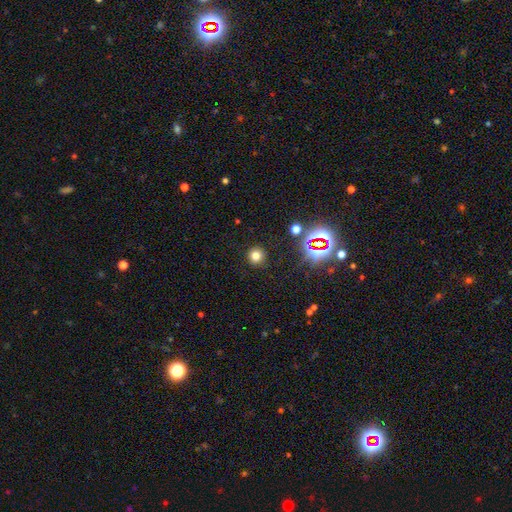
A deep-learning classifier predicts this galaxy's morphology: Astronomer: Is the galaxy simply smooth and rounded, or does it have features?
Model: smooth — 73%.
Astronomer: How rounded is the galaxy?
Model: round — 94%.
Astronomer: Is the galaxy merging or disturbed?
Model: none — 90%.